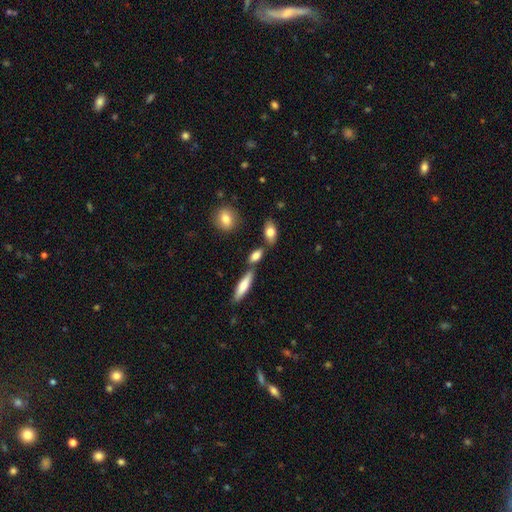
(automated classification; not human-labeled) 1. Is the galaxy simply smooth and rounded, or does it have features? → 75% smooth, 17% featured or disk, 8% star or artifact.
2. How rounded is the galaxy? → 69% in between, 24% cigar-shaped, 7% round.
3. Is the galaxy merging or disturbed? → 69% none, 15% merger, 13% minor disturbance, 3% major disturbance.